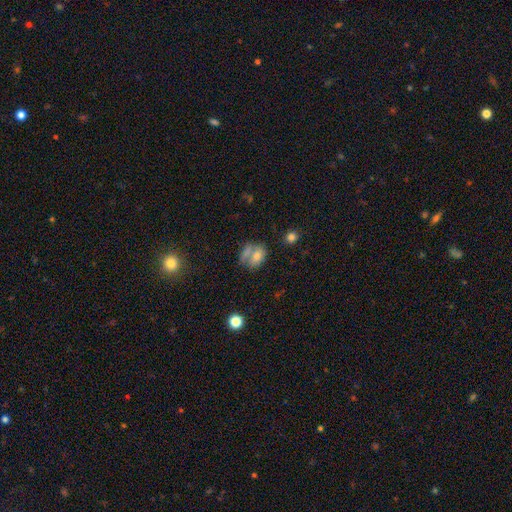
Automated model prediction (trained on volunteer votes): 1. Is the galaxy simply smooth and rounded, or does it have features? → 70% smooth, 19% featured or disk, 11% star or artifact.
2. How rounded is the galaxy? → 67% in between, 30% round, 2% cigar-shaped.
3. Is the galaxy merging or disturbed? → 38% merger (tied), 38% none (tied), 15% minor disturbance, 9% major disturbance.